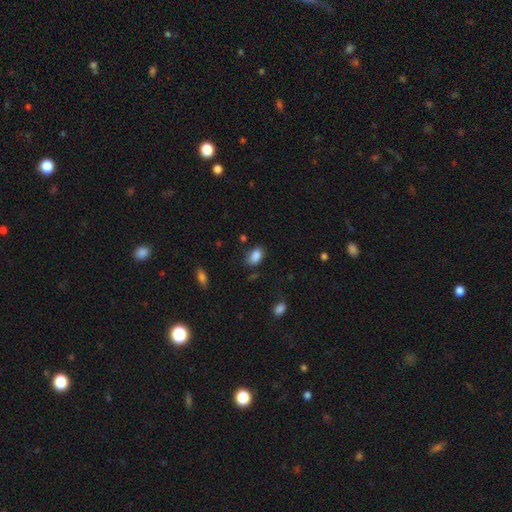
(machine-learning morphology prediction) smooth 85%, star or artifact 9%, featured or disk 5%. Down the decision tree: how rounded — in between (85%); merging — none (66%).